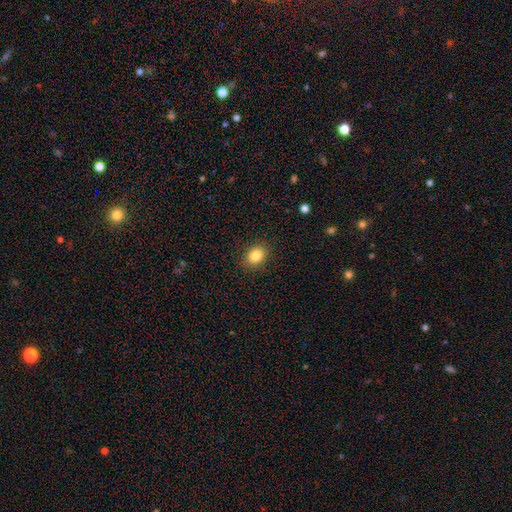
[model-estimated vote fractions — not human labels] Smooth or featured: smooth — 84% (star or artifact — 10%)
How rounded: in between — 56% (round — 43%)
Merging: none — 89% (minor disturbance — 8%)